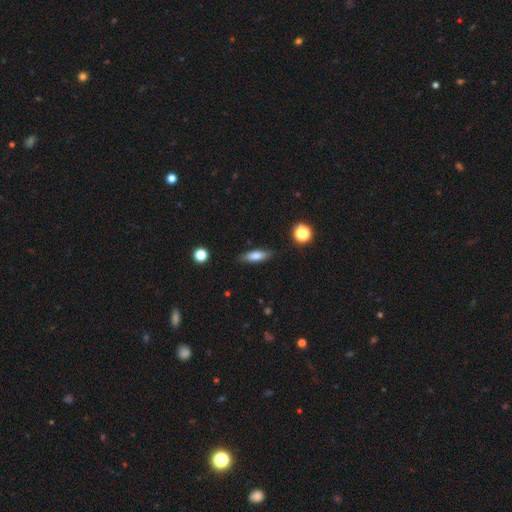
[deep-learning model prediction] Smooth or featured?
  - smooth: 72% *
  - featured or disk: 20%
  - star or artifact: 8%
How rounded?
  - in between: 52% *
  - cigar-shaped: 45%
  - round: 3%
Merging?
  - none: 84% *
  - minor disturbance: 12%
  - major disturbance: 3%
  - merger: 2%